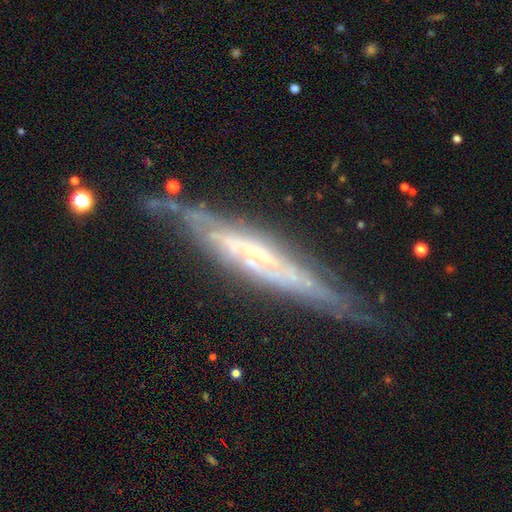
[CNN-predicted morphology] Smooth or featured?
  - featured or disk: 79% *
  - smooth: 13%
  - star or artifact: 8%
Edge-on disk?
  - yes: 81% *
  - no: 19%
Edge-on bulge?
  - none: 60% *
  - rounded: 22%
  - boxy: 18%
Merging?
  - none: 70% *
  - minor disturbance: 20%
  - major disturbance: 7%
  - merger: 3%